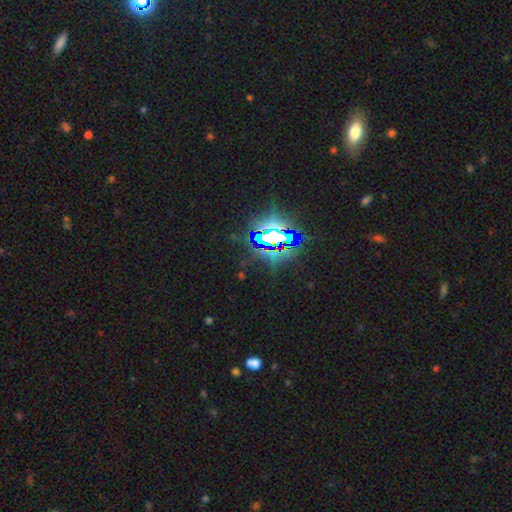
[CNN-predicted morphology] smooth_or_featured: star or artifact (p=0.80) [alt: smooth p=0.10]